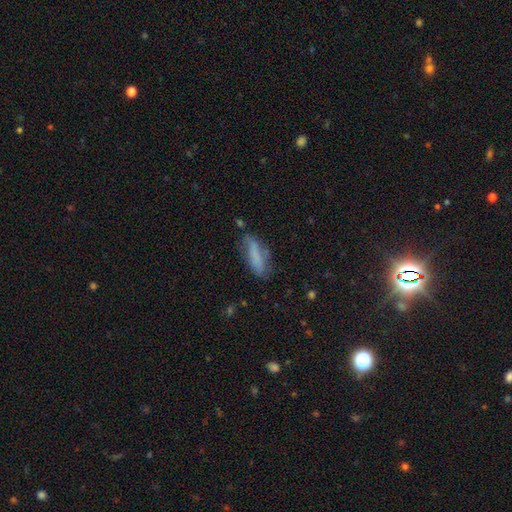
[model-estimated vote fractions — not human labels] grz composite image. It shows a smooth galaxy with no disk features (70%) that is cigar-shaped (58%). Merging: none (59%).